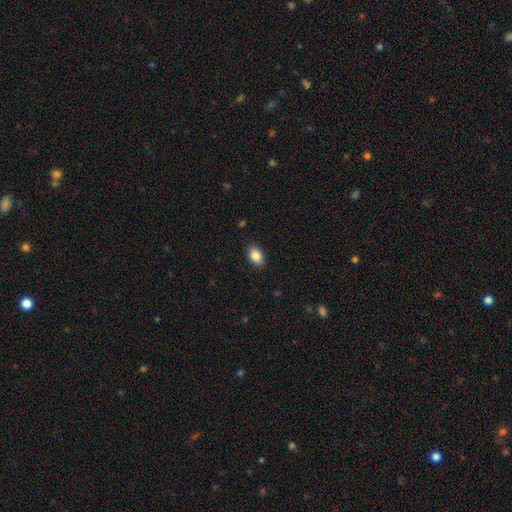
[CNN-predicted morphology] smooth-or-featured: smooth: 86% | star or artifact: 8% | featured or disk: 5%
  how-rounded: in between: 83% | round: 16% | cigar-shaped: 1%
  merging: none: 88% | minor disturbance: 9% | major disturbance: 2% | merger: 1%